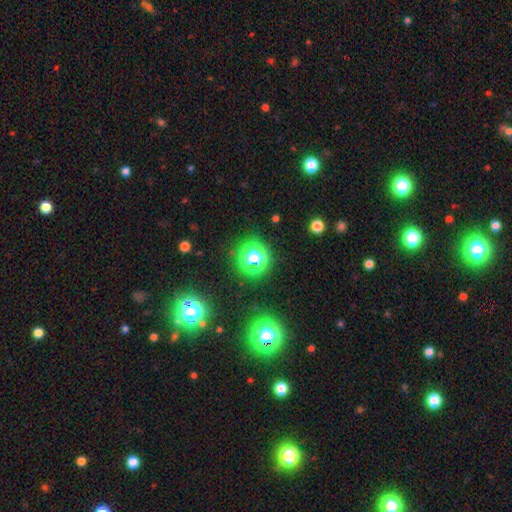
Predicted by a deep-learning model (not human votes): Overall: star or artifact (71%).